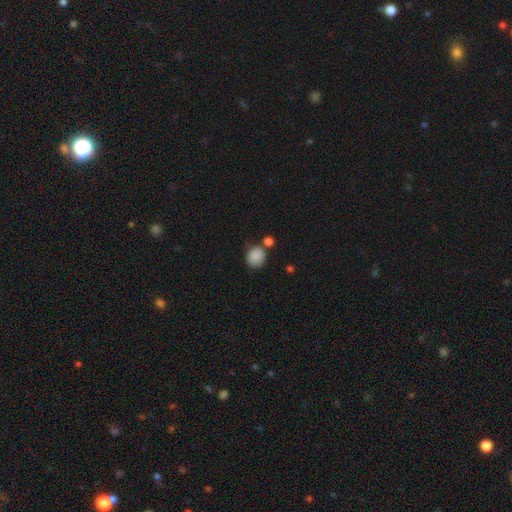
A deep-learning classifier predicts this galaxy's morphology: smooth_or_featured: smooth (p=0.87) [alt: star or artifact p=0.08]
how_rounded: round (p=0.69) [alt: in between p=0.30]
merging: none (p=0.61) [alt: merger p=0.19]